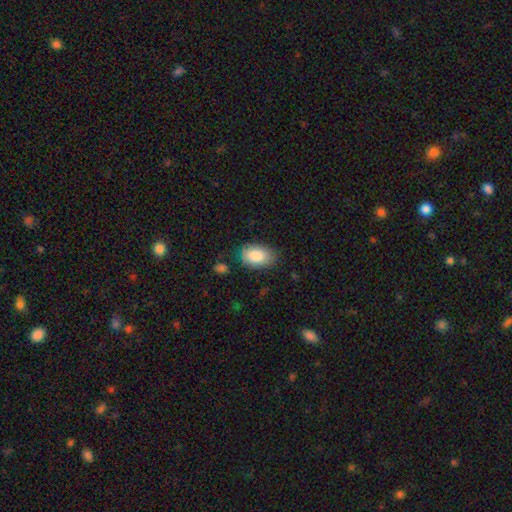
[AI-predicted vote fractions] smooth-or-featured: smooth: 86% | featured or disk: 7% | star or artifact: 7%
  how-rounded: in between: 91% | round: 8% | cigar-shaped: 1%
  merging: none: 73% | minor disturbance: 20% | major disturbance: 5% | merger: 2%